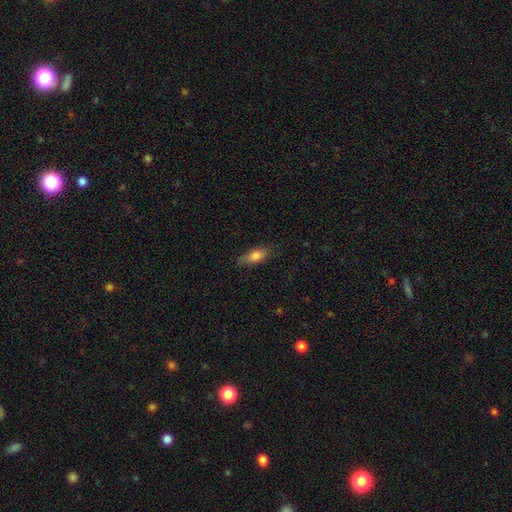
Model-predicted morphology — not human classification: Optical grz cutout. It shows a smooth galaxy with no disk features (75%) that is in between round and cigar-shaped (72%). Merging: none (77%).